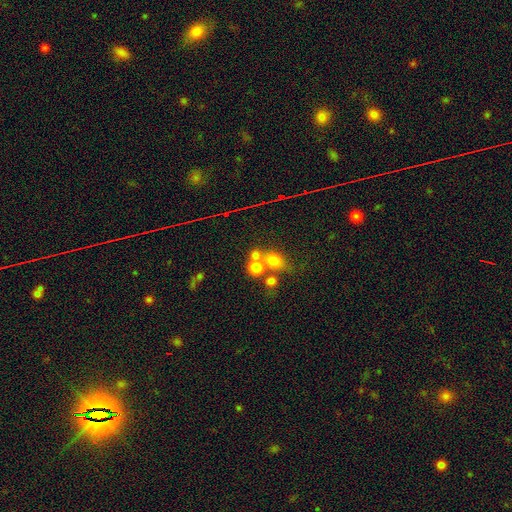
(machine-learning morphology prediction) Smooth or featured: smooth — 51% (star or artifact — 29%)
How rounded: round — 70% (in between — 27%)
Merging: merger — 48% (none — 38%)